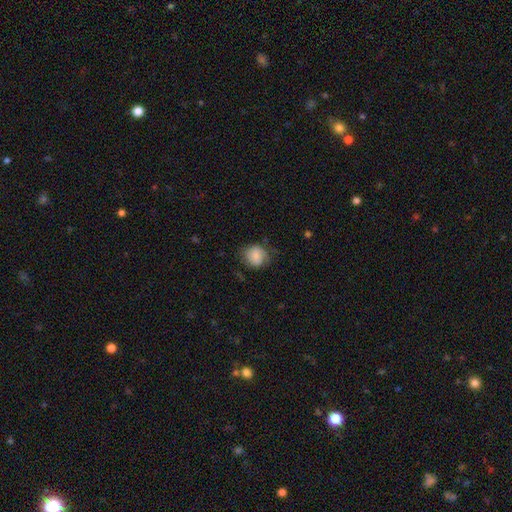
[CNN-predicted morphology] This is likely a smooth galaxy (76%). How rounded: likely round (76%). Merging: likely none (63%).